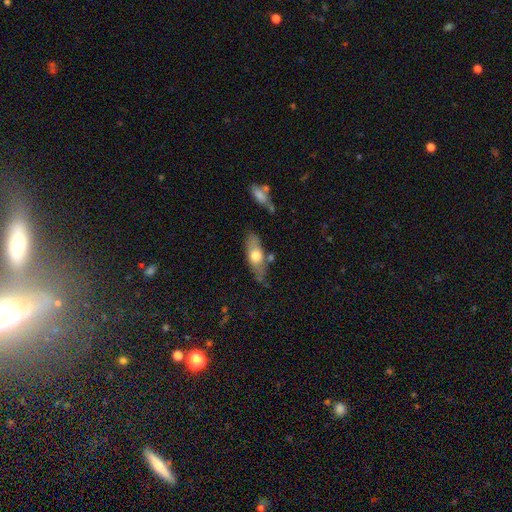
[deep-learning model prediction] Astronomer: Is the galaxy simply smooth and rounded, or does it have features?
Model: smooth — 59% (runner-up: featured or disk, 35%).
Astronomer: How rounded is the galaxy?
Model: in between — 66%.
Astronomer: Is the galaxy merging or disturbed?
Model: none — 69%.